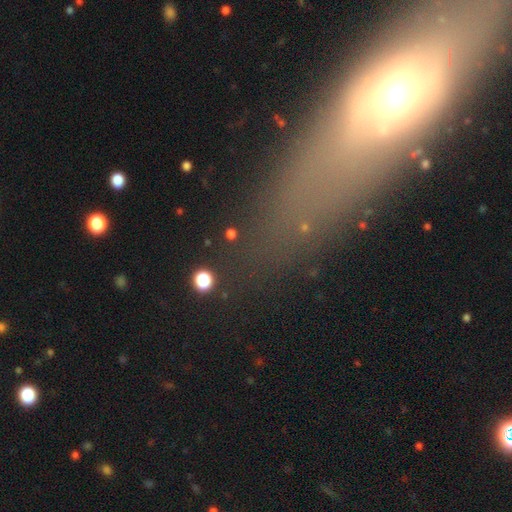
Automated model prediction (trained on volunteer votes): The model was most divided on "smooth or featured": star or artifact: 39%, smooth: 32%, featured or disk: 29%.